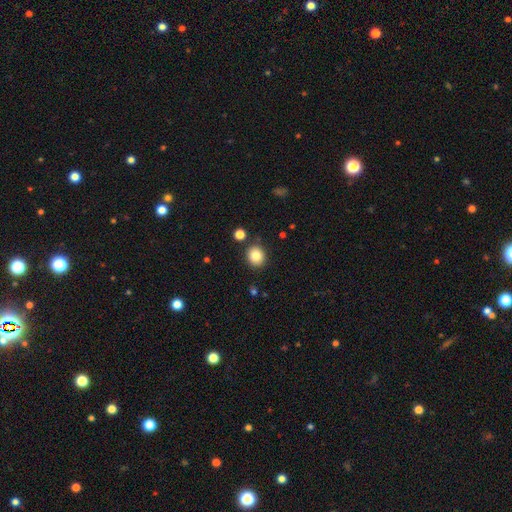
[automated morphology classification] smooth_or_featured: smooth (p=0.84) [alt: star or artifact p=0.10]
how_rounded: round (p=0.77) [alt: in between p=0.22]
merging: none (p=0.84) [alt: minor disturbance p=0.09]